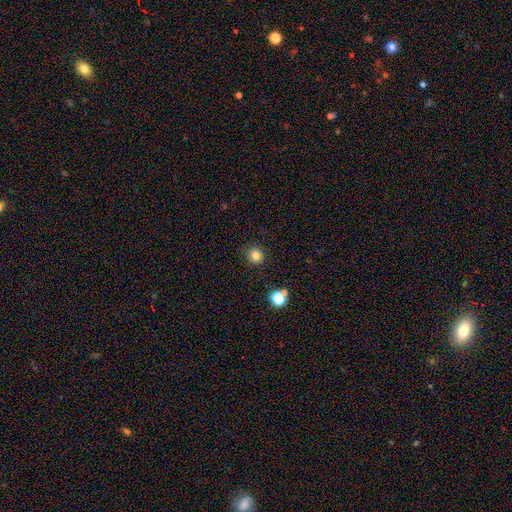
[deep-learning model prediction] Smooth or featured? Predicted: smooth (p=0.81). How rounded? Predicted: round (p=0.90). Merging? Predicted: none (p=0.88).